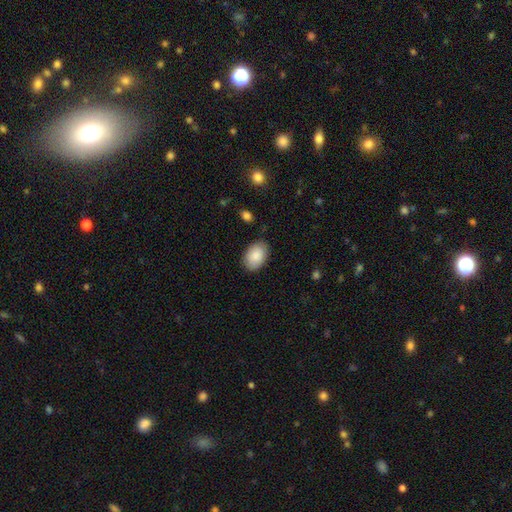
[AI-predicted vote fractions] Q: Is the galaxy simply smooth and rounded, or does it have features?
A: smooth — 88%.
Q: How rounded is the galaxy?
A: in between — 89%.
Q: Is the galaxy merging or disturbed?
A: none — 84%.